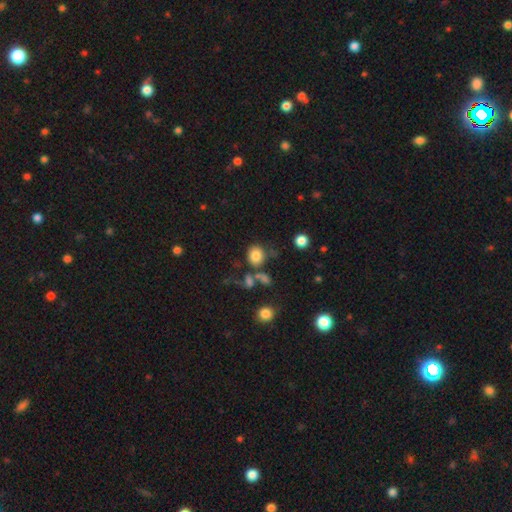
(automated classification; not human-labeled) Smooth or featured: smooth — 82% (star or artifact — 11%)
How rounded: round — 70% (in between — 29%)
Merging: none — 64% (merger — 15%)